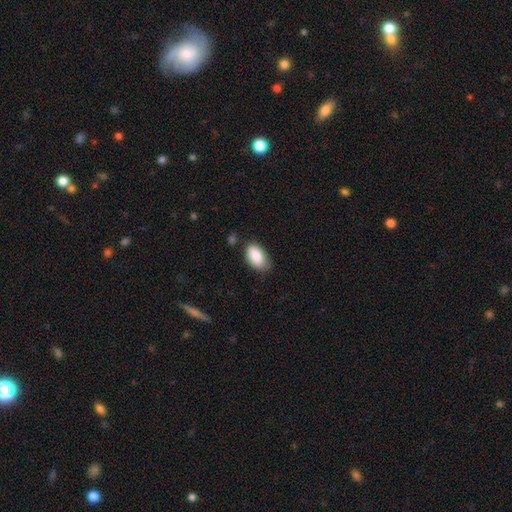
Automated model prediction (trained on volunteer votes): The model was most divided on "merging": none: 69%, minor disturbance: 23%, major disturbance: 4%, merger: 3%. More confident: how rounded — in between (94%); smooth or featured — smooth (88%).